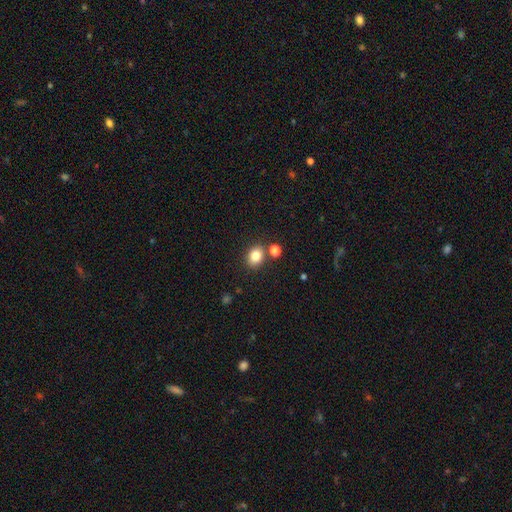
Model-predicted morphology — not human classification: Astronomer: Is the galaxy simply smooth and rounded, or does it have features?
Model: smooth — 82%.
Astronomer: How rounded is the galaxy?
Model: round — 51% (runner-up: in between, 48%).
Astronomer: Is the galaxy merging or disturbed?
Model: none — 76%.